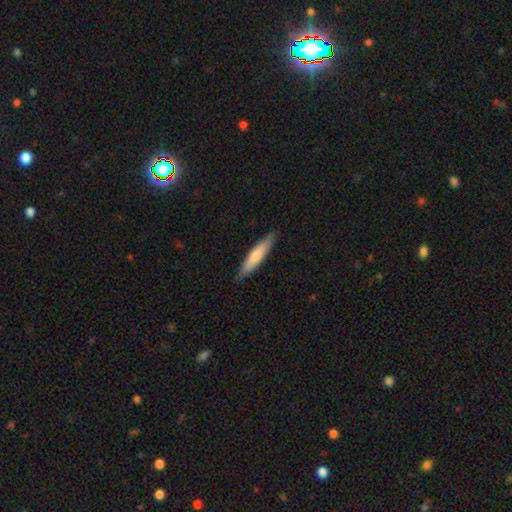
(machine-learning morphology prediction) smooth 66%, featured or disk 29%, star or artifact 5%. Down the decision tree: how rounded — cigar-shaped (85%); merging — none (88%).